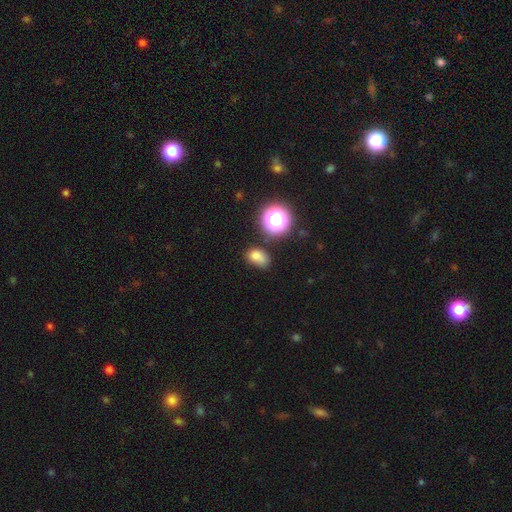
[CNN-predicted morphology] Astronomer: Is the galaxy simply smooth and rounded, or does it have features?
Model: smooth — 75%.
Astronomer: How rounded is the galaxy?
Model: in between — 74%.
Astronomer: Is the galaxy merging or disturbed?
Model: none — 61%.